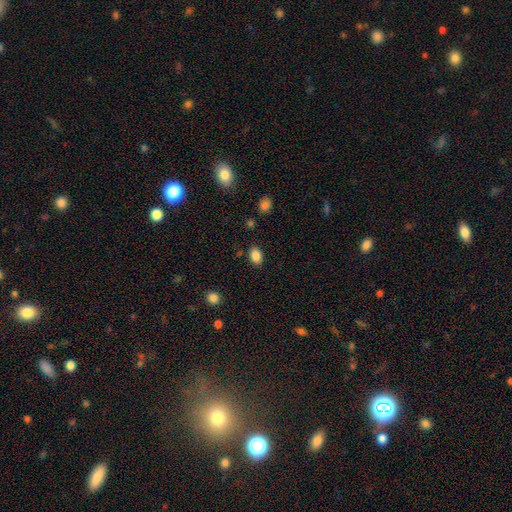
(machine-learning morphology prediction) smooth_or_featured: smooth (p=0.86) [alt: star or artifact p=0.09]
how_rounded: in between (p=0.80) [alt: round p=0.19]
merging: none (p=0.84) [alt: minor disturbance p=0.11]